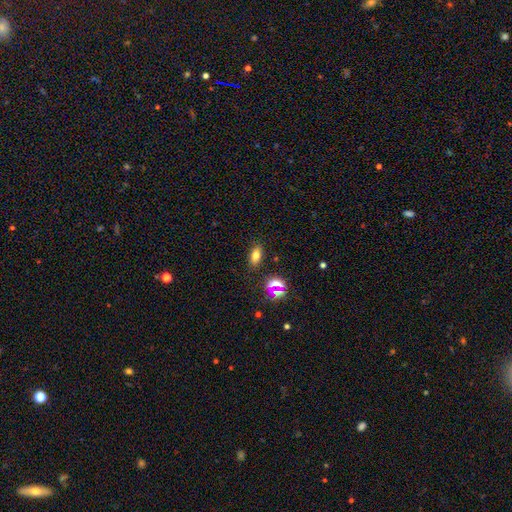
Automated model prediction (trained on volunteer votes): Smooth or featured? smooth (72%)
How rounded? in between (83%)
Merging? none (85%)